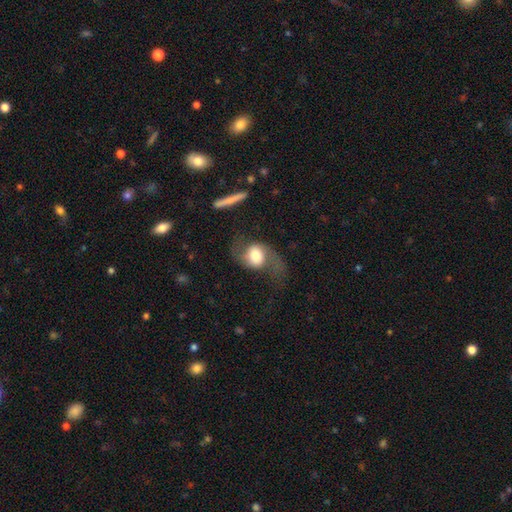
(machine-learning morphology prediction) This appears to be a featured or disk galaxy (64%) with no bar (49%), 2 (85%) loose (75%) spiral arms (88%) and a moderate central bulge (48%). Merging: none (48%).